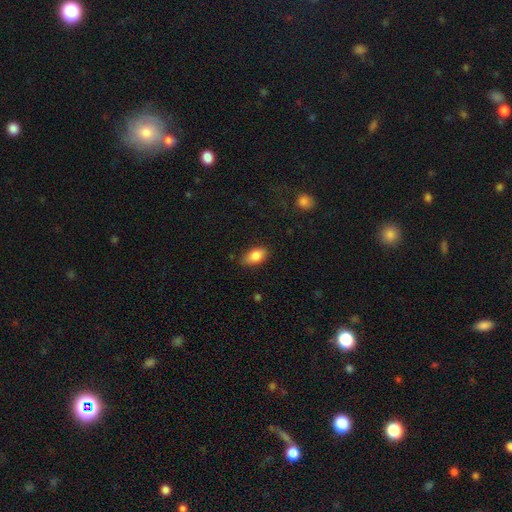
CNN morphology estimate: Q: Smooth or featured?
A: smooth (84%); runner-up: featured or disk (8%)
Q: How rounded?
A: in between (91%); runner-up: round (6%)
Q: Merging?
A: none (82%); runner-up: minor disturbance (14%)